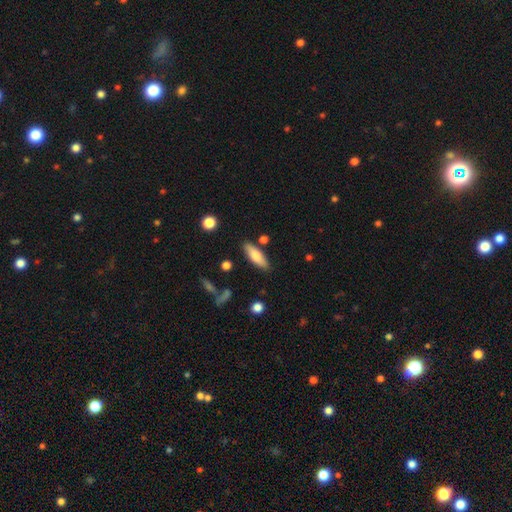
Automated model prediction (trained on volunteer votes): smooth_or_featured: smooth (p=0.72) [alt: featured or disk p=0.22]
how_rounded: in between (p=0.55) [alt: cigar-shaped p=0.42]
merging: none (p=0.81) [alt: minor disturbance p=0.12]